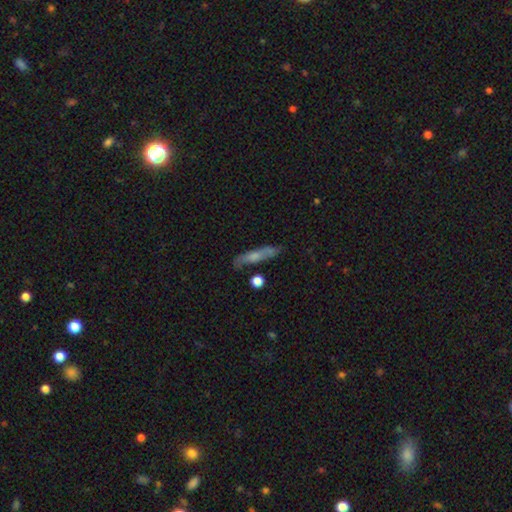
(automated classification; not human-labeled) Smooth or featured: smooth — 52% (featured or disk — 39%)
How rounded: cigar-shaped — 82% (in between — 15%)
Merging: none — 73% (minor disturbance — 18%)